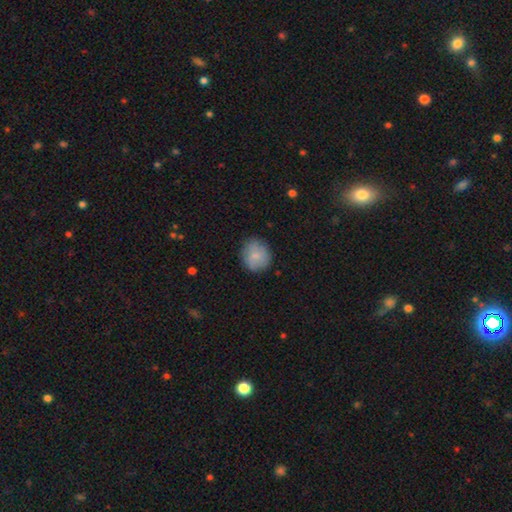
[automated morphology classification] Smooth or featured?
  - smooth: 79% *
  - featured or disk: 13%
  - star or artifact: 7%
How rounded?
  - round: 82% *
  - in between: 17%
  - cigar-shaped: 1%
Merging?
  - none: 79% *
  - minor disturbance: 15%
  - major disturbance: 4%
  - merger: 1%